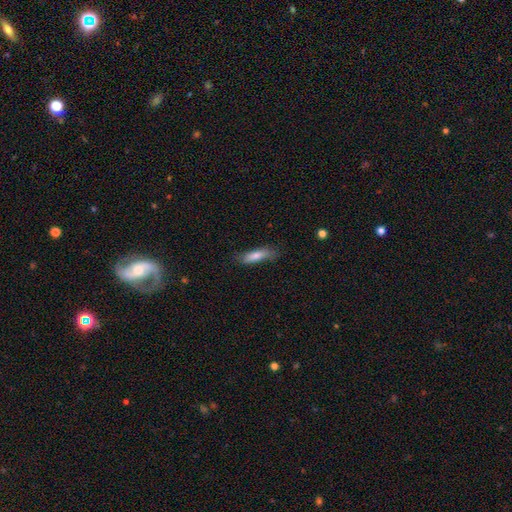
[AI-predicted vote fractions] Q: Smooth or featured?
A: smooth (74%); runner-up: featured or disk (20%)
Q: How rounded?
A: cigar-shaped (69%); runner-up: in between (29%)
Q: Merging?
A: none (74%); runner-up: minor disturbance (20%)